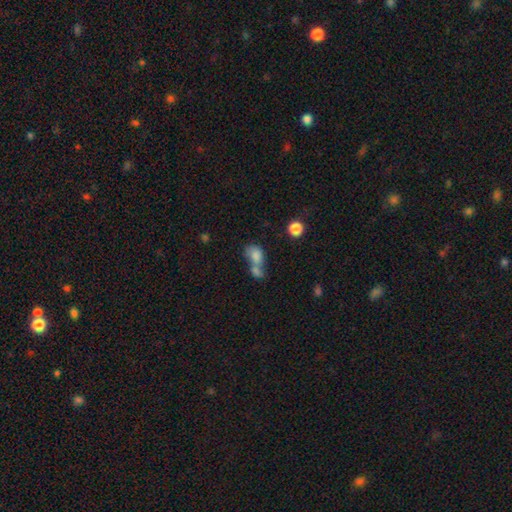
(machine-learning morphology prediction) Smooth or featured?
  - smooth: 76% *
  - featured or disk: 14%
  - star or artifact: 10%
How rounded?
  - in between: 69% *
  - round: 29%
  - cigar-shaped: 2%
Merging?
  - merger: 69% *
  - none: 18%
  - minor disturbance: 7%
  - major disturbance: 6%